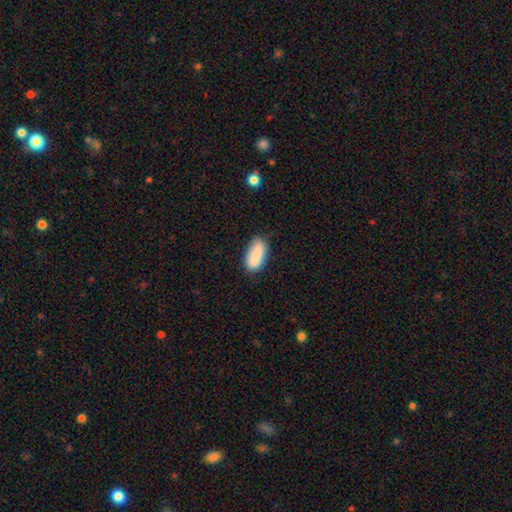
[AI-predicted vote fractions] Overall: smooth (87%). How rounded: in between (89%). Merging: none (75%).